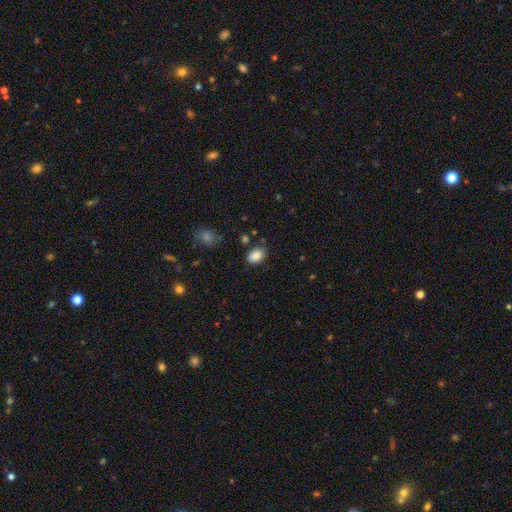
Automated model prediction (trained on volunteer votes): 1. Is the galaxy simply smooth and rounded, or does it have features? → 87% smooth, 9% star or artifact, 5% featured or disk.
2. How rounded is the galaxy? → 78% in between, 21% round, 1% cigar-shaped.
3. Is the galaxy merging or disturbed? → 77% none, 16% minor disturbance, 4% major disturbance, 3% merger.